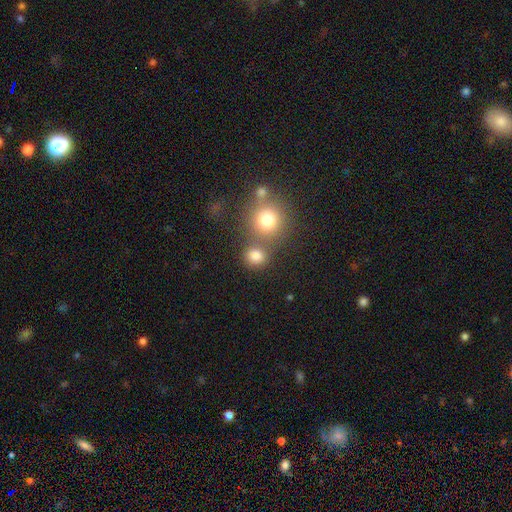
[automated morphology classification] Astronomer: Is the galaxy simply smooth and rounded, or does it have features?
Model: smooth — 80%.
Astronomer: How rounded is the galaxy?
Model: round — 85%.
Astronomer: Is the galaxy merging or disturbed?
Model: none — 60%.